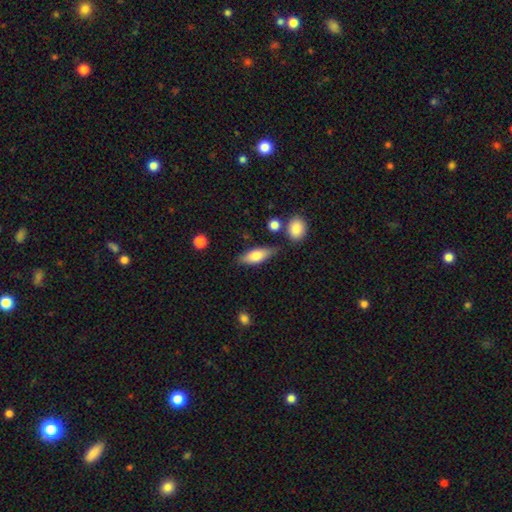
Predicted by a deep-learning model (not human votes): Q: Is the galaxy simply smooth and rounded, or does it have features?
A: smooth — 71%.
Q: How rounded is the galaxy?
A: in between — 68%.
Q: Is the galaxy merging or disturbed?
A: none — 75%.